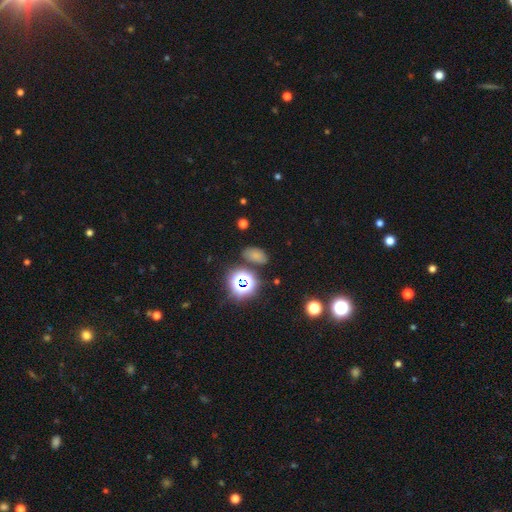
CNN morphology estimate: The model was most divided on "smooth or featured": smooth: 60%, star or artifact: 29%, featured or disk: 11%. More confident: how rounded — in between (83%); merging — none (74%).